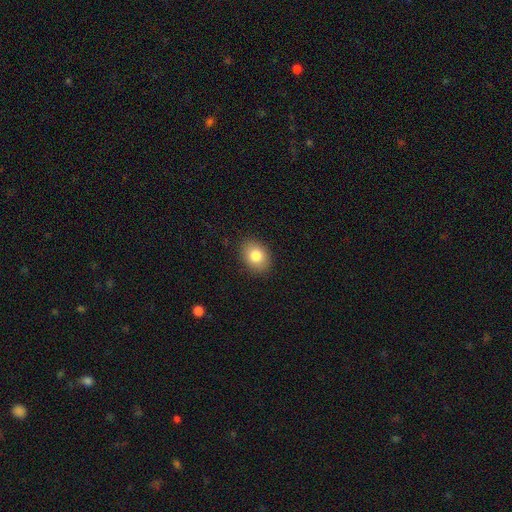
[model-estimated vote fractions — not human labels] smooth 83%, featured or disk 9%, star or artifact 8%. Down the decision tree: how rounded — in between (68%); merging — none (87%).